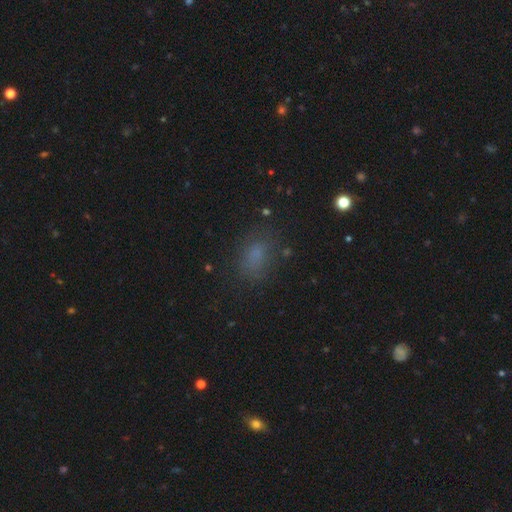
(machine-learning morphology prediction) Smooth or featured: smooth — 74% (star or artifact — 19%)
How rounded: in between — 75% (round — 23%)
Merging: none — 77% (minor disturbance — 15%)